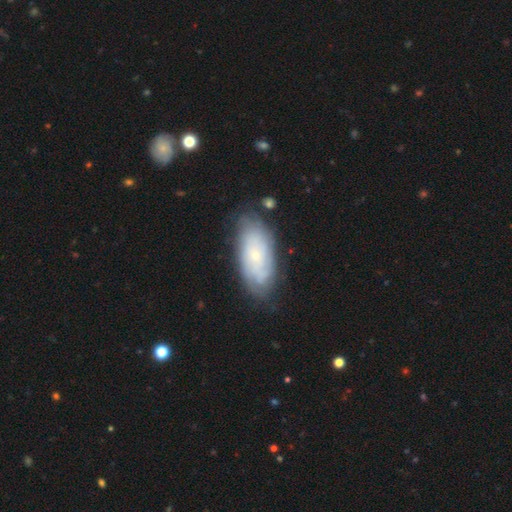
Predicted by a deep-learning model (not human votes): The model was most divided on "smooth or featured": featured or disk: 51%, smooth: 42%, star or artifact: 7%. More confident: edge-on disk — no (90%); merging — none (73%).